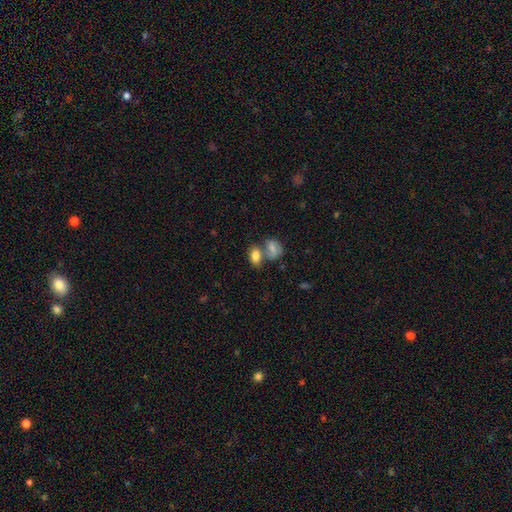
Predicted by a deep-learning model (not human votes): This appears to be a smooth galaxy with no disk features (80%) that is in between round and cigar-shaped (86%). Merging: merger (48%).